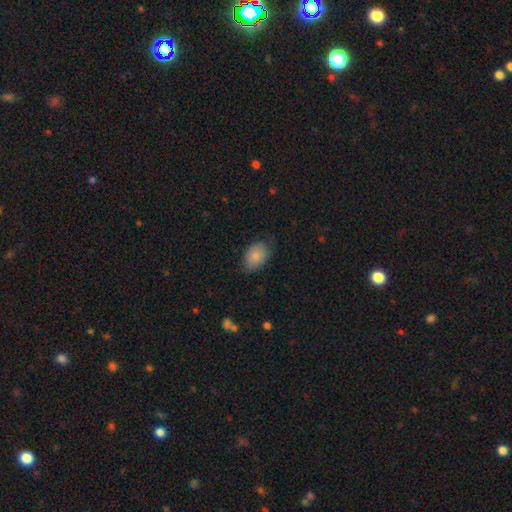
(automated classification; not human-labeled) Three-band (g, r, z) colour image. It shows a smooth galaxy with no disk features (85%) that is in between round and cigar-shaped (82%). Merging: none (74%).